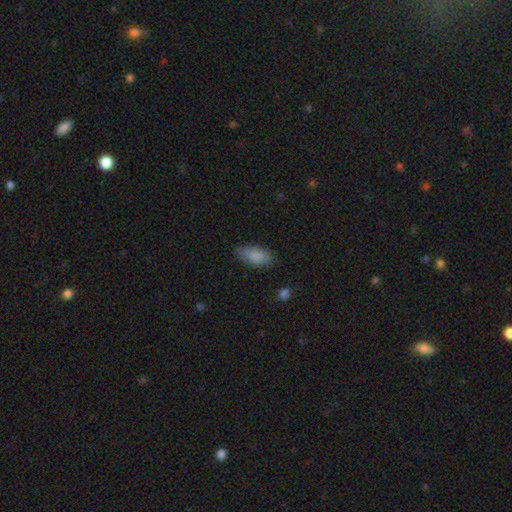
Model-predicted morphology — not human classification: Smooth or featured?
  - smooth: 87% *
  - star or artifact: 7%
  - featured or disk: 6%
How rounded?
  - in between: 90% *
  - cigar-shaped: 8%
  - round: 2%
Merging?
  - none: 79% *
  - minor disturbance: 16%
  - major disturbance: 3%
  - merger: 1%